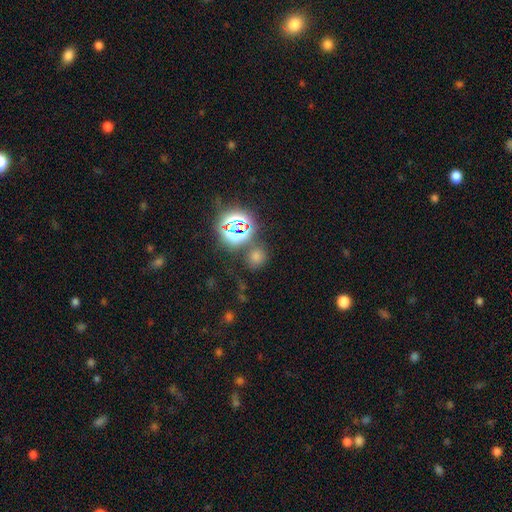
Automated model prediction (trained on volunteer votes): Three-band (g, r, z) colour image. It shows a smooth galaxy with no disk features (48%). Merging: none (76%).